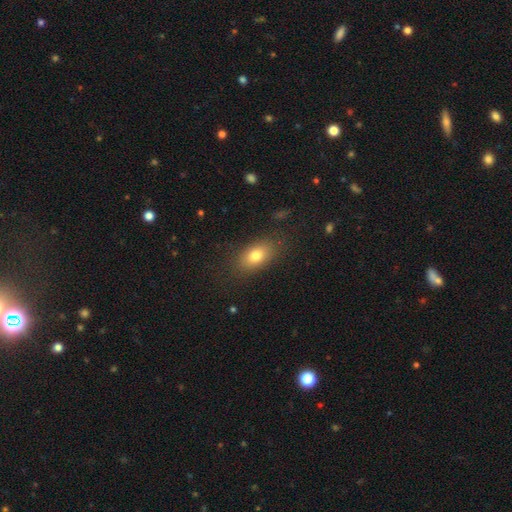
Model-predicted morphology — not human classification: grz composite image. It shows a smooth galaxy with no disk features (79%) that is in between round and cigar-shaped (86%). Merging: none (82%).